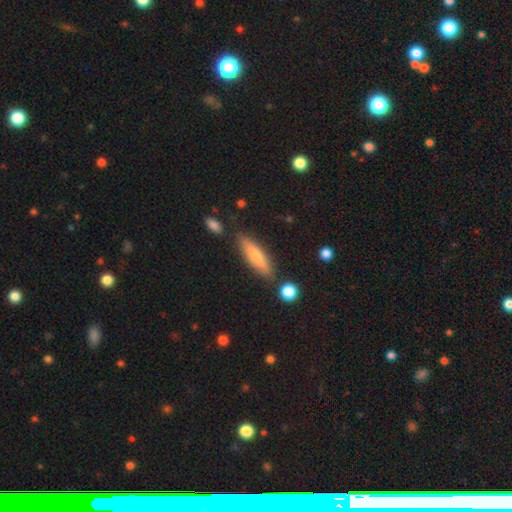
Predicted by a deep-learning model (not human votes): Q: Smooth or featured?
A: smooth (63%); runner-up: featured or disk (31%)
Q: How rounded?
A: cigar-shaped (74%); runner-up: in between (24%)
Q: Merging?
A: none (83%); runner-up: minor disturbance (11%)